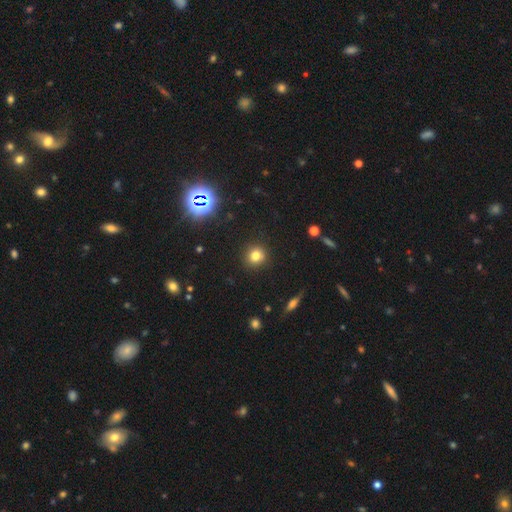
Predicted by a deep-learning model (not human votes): Smooth or featured?
  - smooth: 77% *
  - star or artifact: 16%
  - featured or disk: 7%
How rounded?
  - round: 89% *
  - in between: 10%
  - cigar-shaped: 1%
Merging?
  - none: 90% *
  - minor disturbance: 7%
  - major disturbance: 2%
  - merger: 1%